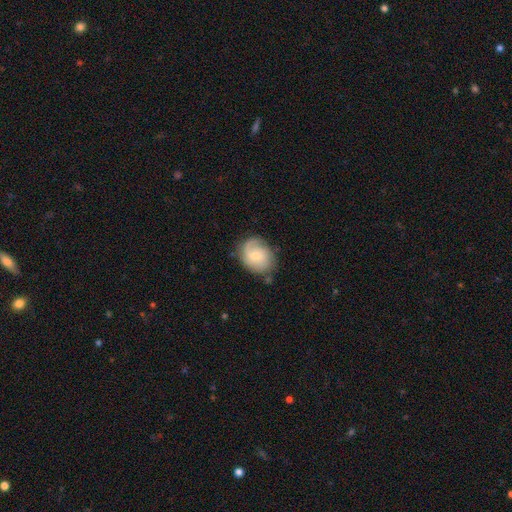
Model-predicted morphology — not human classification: A featured or disk galaxy (60%) with no bar (49%), 2 (44%) medium (41%) spiral arms (89%) and a small central bulge (48%). Merging: none (67%).